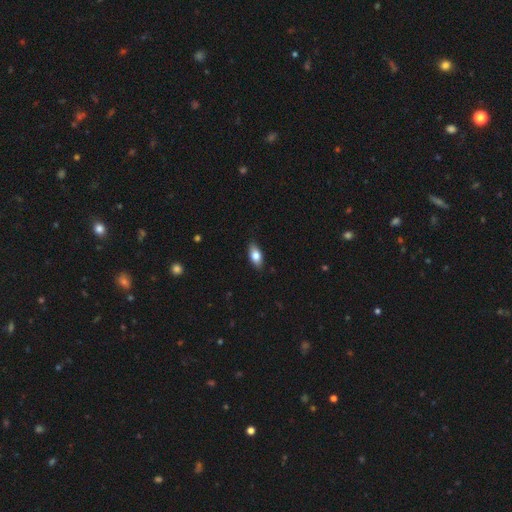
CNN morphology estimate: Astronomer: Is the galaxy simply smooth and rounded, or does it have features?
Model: smooth — 79%.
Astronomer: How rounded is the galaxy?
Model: in between — 87%.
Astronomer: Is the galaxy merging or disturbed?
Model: none — 86%.